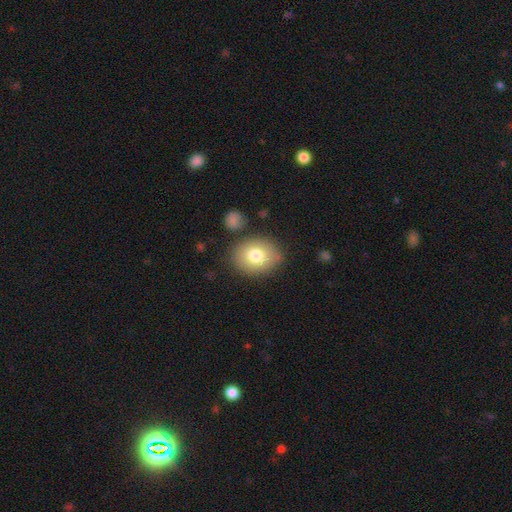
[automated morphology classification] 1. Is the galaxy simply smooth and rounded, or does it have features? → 77% smooth, 14% featured or disk, 9% star or artifact.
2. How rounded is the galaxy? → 50% in between, 49% round, 1% cigar-shaped.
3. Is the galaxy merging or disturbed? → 79% none, 13% minor disturbance, 4% merger, 4% major disturbance.